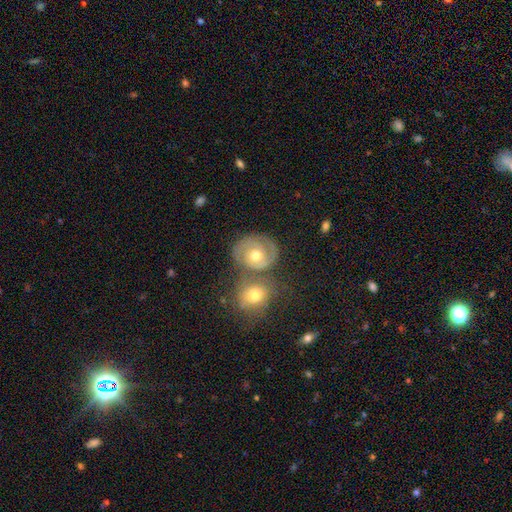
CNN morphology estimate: Q: Smooth or featured?
A: featured or disk (77%); runner-up: smooth (17%)
Q: Edge-on disk?
A: no (98%); runner-up: yes (2%)
Q: Bar?
A: no (73%); runner-up: weak (22%)
Q: Spiral arms?
A: yes (92%); runner-up: no (8%)
Q: Spiral winding?
A: tight (64%); runner-up: medium (31%)
Q: Spiral arm count?
A: 2 (81%); runner-up: can't tell (8%)
Q: Bulge size?
A: moderate (76%); runner-up: small (17%)
Q: Merging?
A: none (55%); runner-up: merger (27%)